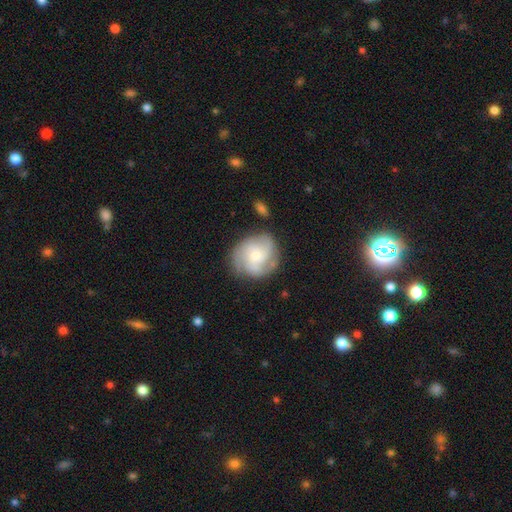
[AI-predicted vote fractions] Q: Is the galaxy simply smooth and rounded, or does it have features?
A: featured or disk — 66%.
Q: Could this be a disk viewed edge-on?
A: no — 98%.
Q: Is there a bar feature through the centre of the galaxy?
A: no — 71%.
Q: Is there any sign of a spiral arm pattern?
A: yes — 92%.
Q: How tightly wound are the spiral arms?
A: tight — 43%.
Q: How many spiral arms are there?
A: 3 — 39%.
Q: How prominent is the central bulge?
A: small — 50%.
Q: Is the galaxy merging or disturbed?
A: none — 70%.